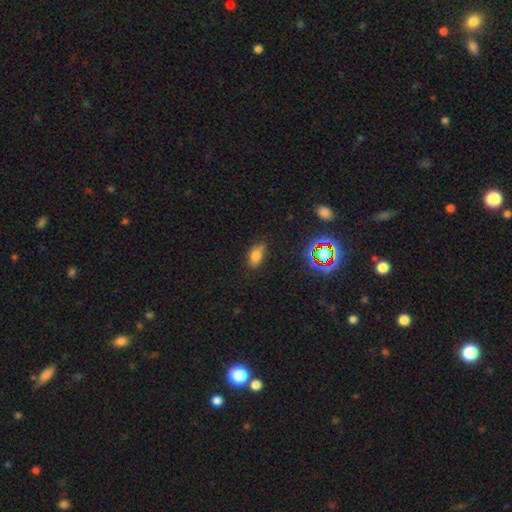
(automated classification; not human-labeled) A smooth galaxy with no disk features (73%) that is in between round and cigar-shaped (87%).

Vote fractions:
- Smooth or featured? smooth: 73% / star or artifact: 17% / featured or disk: 9%
- How rounded? in between: 87% / round: 10% / cigar-shaped: 3%
- Merging? none: 70% / minor disturbance: 22% / major disturbance: 5% / merger: 3%